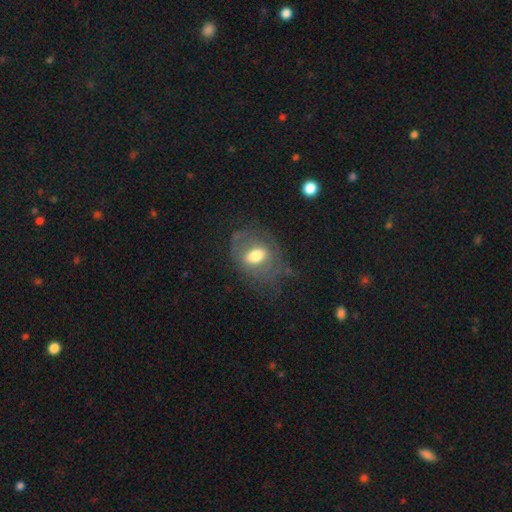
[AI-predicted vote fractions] Smooth or featured?
  - smooth: 46% *
  - featured or disk: 44%
  - star or artifact: 9%
Merging?
  - none: 52% *
  - minor disturbance: 24%
  - major disturbance: 22%
  - merger: 2%